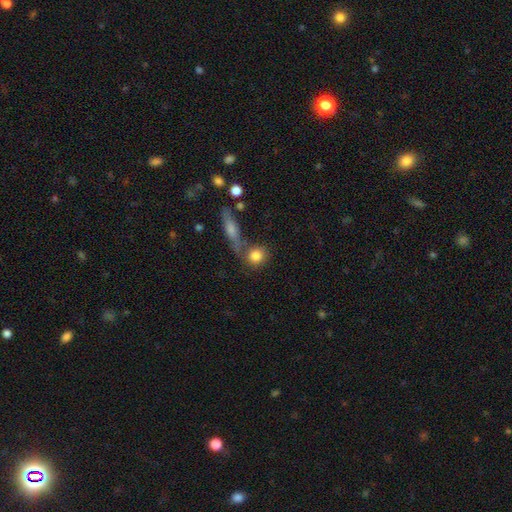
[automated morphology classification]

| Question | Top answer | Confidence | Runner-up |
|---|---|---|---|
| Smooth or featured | smooth | 82% | featured or disk (10%) |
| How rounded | round | 80% | in between (15%) |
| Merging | none | 63% | merger (22%) |